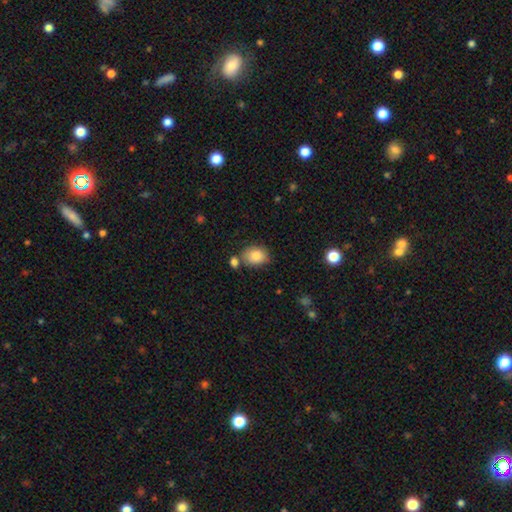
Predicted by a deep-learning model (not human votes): Q: Smooth or featured?
A: smooth (85%); runner-up: star or artifact (8%)
Q: How rounded?
A: in between (64%); runner-up: round (35%)
Q: Merging?
A: none (67%); runner-up: minor disturbance (15%)